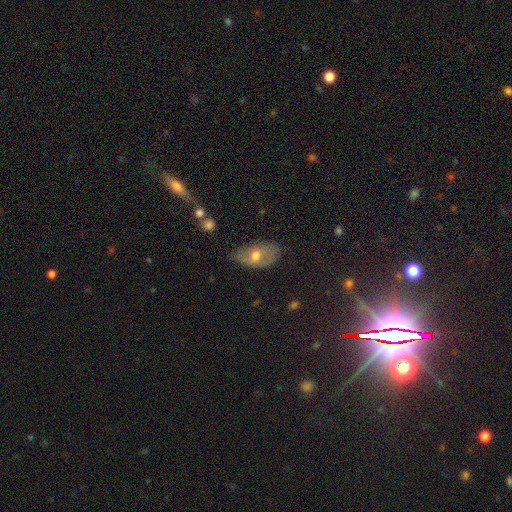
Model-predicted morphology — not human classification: Overall: smooth (52%; featured or disk 36%). How rounded: in between (89%). Merging: none (53%; minor disturbance 33%).